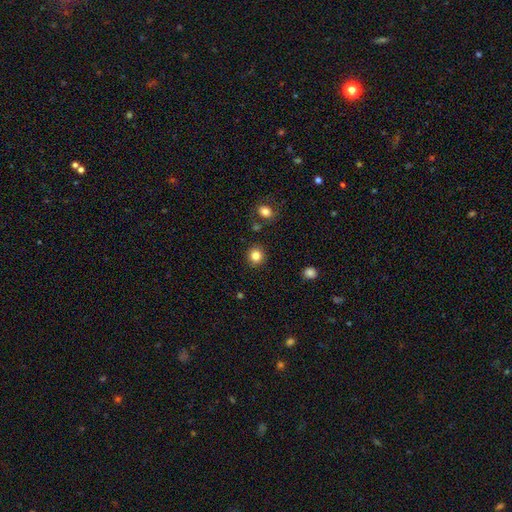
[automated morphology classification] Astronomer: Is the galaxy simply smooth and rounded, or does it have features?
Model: smooth — 84%.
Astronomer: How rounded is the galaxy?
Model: round — 88%.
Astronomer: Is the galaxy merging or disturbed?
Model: none — 89%.